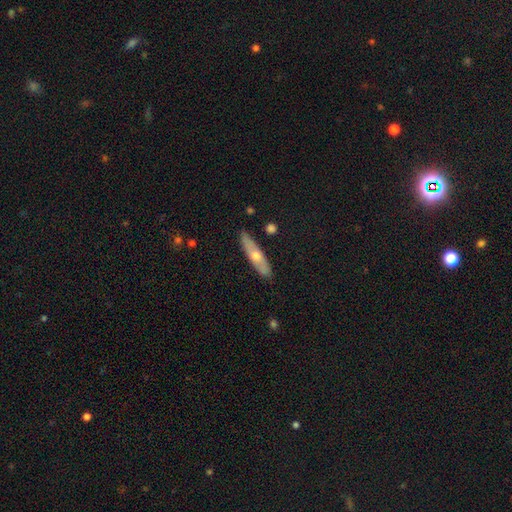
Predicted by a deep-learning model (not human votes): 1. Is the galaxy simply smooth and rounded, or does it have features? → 48% smooth, 46% featured or disk, 6% star or artifact.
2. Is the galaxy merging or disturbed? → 86% none, 10% minor disturbance, 2% major disturbance, 2% merger.